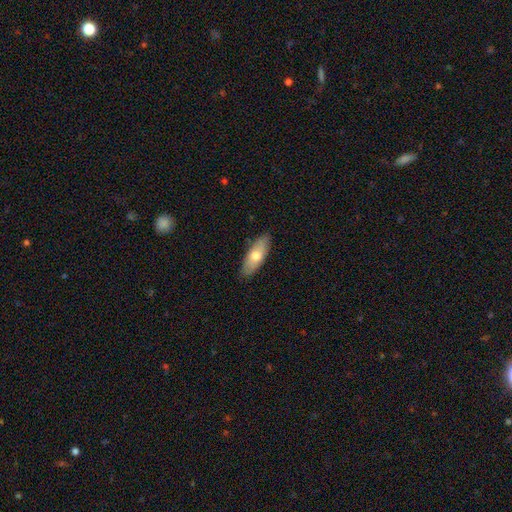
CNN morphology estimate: smooth_or_featured: smooth (p=0.68) [alt: featured or disk p=0.26]
how_rounded: in between (p=0.73) [alt: cigar-shaped p=0.24]
merging: none (p=0.86) [alt: minor disturbance p=0.11]